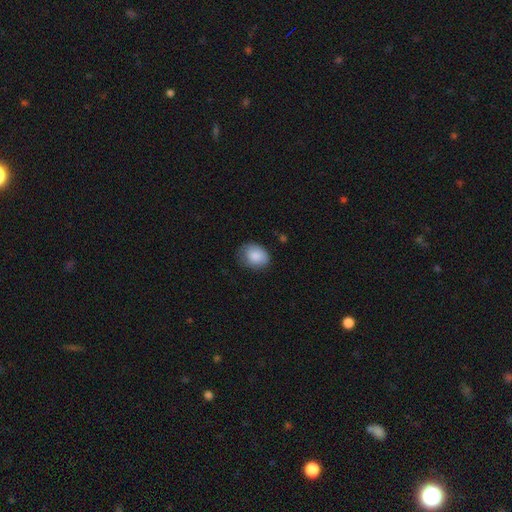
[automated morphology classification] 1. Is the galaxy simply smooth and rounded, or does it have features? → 86% smooth, 7% star or artifact, 7% featured or disk.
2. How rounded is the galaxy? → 58% in between, 41% round, 1% cigar-shaped.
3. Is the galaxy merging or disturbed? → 67% none, 25% minor disturbance, 6% major disturbance, 1% merger.